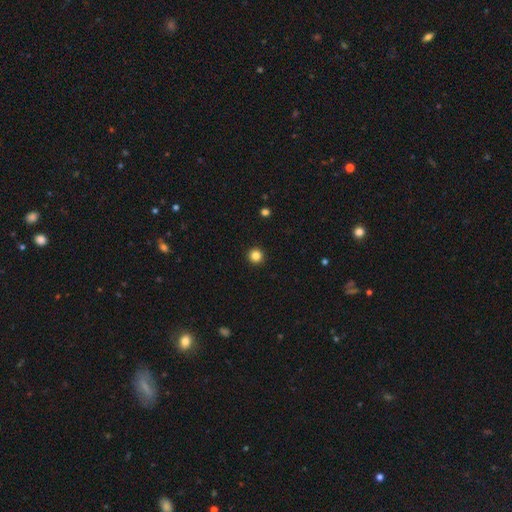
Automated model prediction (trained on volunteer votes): A smooth galaxy with no disk features (84%) that is round (96%). Merging: none (94%).